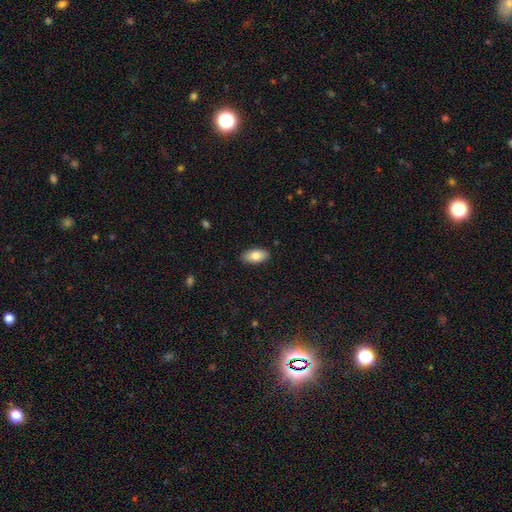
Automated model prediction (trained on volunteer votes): smooth-or-featured: smooth: 83% | featured or disk: 10% | star or artifact: 7%
  how-rounded: in between: 93% | cigar-shaped: 4% | round: 3%
  merging: none: 88% | minor disturbance: 9% | major disturbance: 2% | merger: 1%